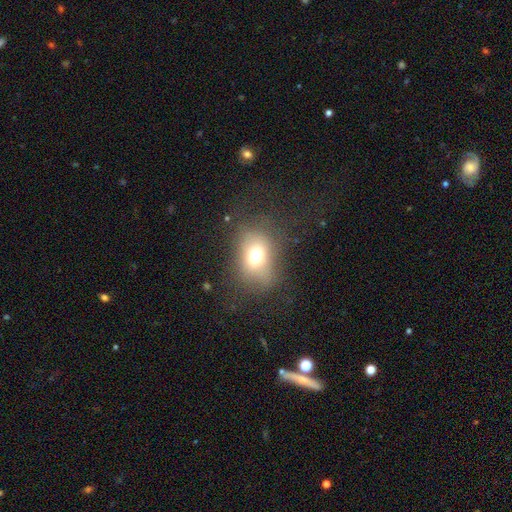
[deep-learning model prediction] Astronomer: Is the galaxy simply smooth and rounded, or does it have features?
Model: smooth — 65%.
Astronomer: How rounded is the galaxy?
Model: in between — 55% (runner-up: round, 43%).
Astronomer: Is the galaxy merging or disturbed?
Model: none — 62%.